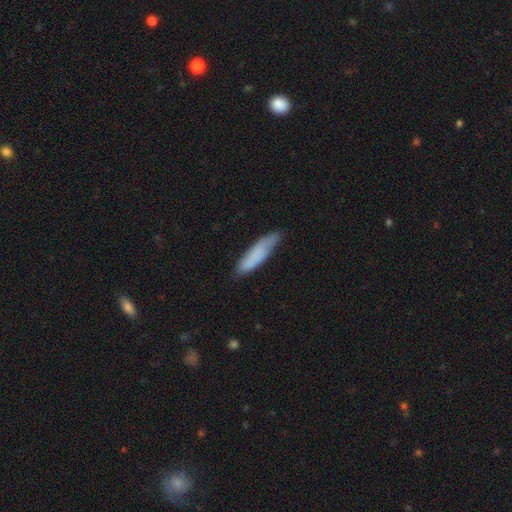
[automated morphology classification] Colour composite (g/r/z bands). It shows a smooth galaxy with no disk features (77%) that is cigar-shaped (70%). Merging: none (71%).